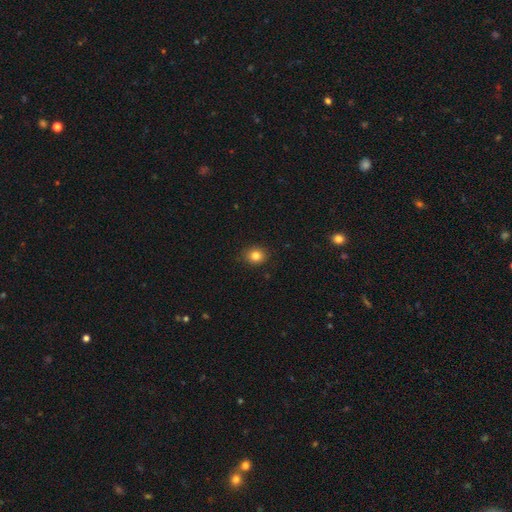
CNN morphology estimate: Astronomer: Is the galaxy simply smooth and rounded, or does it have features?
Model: smooth — 83%.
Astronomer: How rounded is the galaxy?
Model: round — 73%.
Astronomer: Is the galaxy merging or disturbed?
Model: none — 89%.